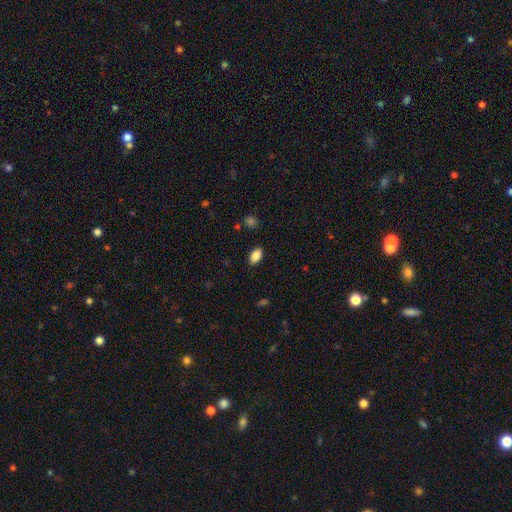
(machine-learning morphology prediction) A smooth galaxy with no disk features (87%) that is in between round and cigar-shaped (92%).

Vote fractions:
- Smooth or featured? smooth: 87% / star or artifact: 8% / featured or disk: 5%
- How rounded? in between: 92% / round: 5% / cigar-shaped: 3%
- Merging? none: 88% / minor disturbance: 9% / major disturbance: 2% / merger: 1%